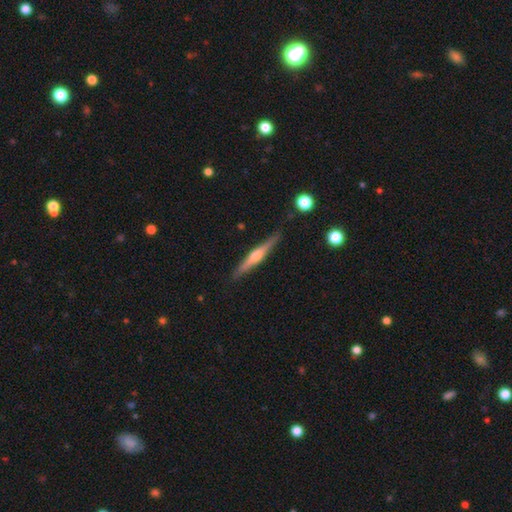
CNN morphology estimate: smooth-or-featured: featured or disk: 70% | smooth: 24% | star or artifact: 6%
  disk-edge-on: yes: 98% | no: 2%
    edge-on-bulge: rounded: 80% | none: 10% | boxy: 10%
  merging: none: 88% | minor disturbance: 9% | major disturbance: 2% | merger: 1%